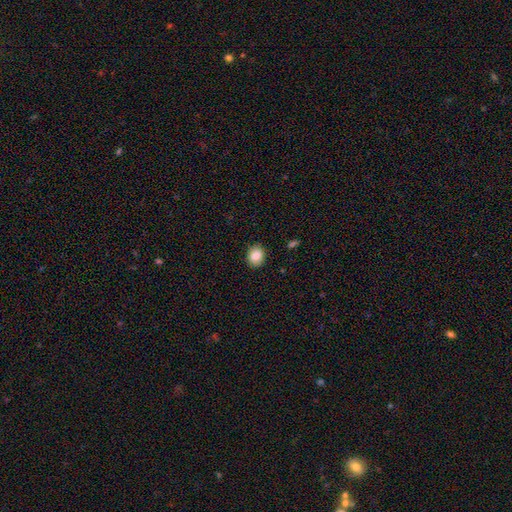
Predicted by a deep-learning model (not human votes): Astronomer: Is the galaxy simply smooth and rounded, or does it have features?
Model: smooth — 87%.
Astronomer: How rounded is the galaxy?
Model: round — 51% (runner-up: in between, 48%).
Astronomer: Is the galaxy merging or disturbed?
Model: none — 88%.